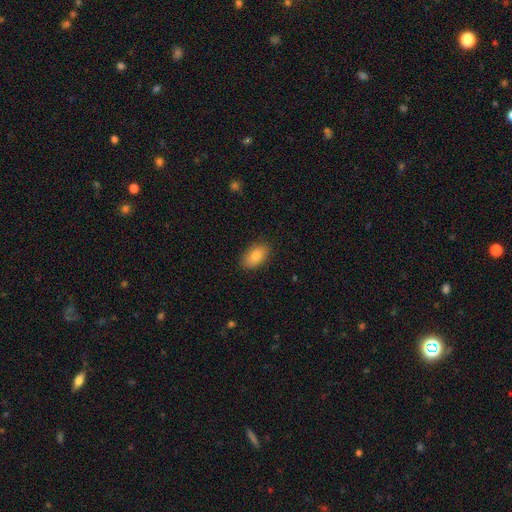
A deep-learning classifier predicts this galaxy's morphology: Smooth or featured? smooth (84%)
How rounded? in between (92%)
Merging? none (87%)